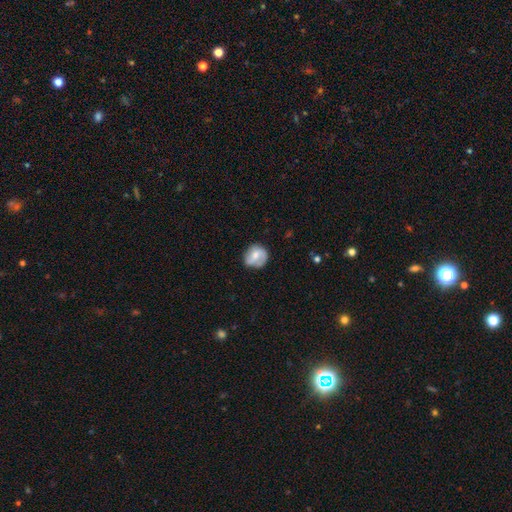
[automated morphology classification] Overall: smooth (50%; featured or disk 43%). Merging: none (67%).